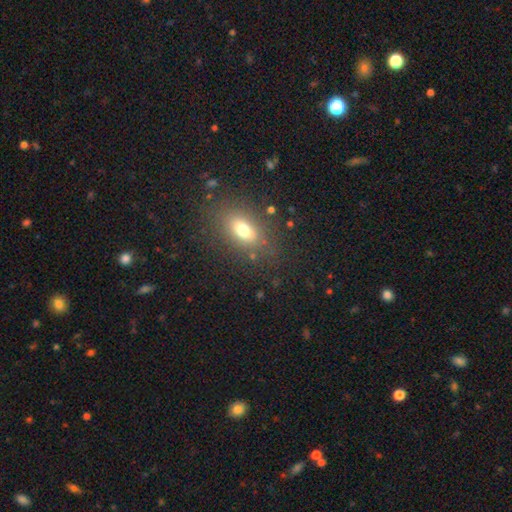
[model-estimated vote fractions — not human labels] smooth 65%, star or artifact 23%, featured or disk 12%. Down the decision tree: how rounded — in between (77%); merging — none (86%).